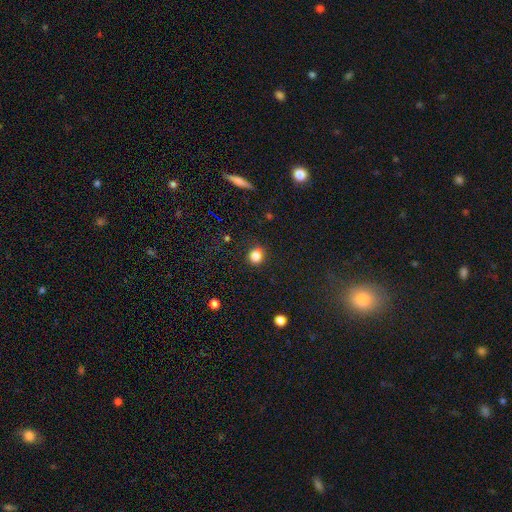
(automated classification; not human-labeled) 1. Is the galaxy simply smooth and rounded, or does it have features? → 84% smooth, 11% star or artifact, 4% featured or disk.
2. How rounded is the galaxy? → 86% round, 13% in between, 1% cigar-shaped.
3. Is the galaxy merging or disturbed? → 88% none, 8% minor disturbance, 3% major disturbance, 1% merger.